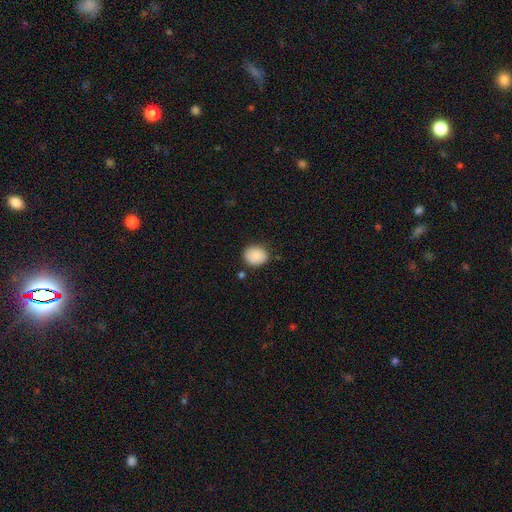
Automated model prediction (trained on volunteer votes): This is clearly a smooth galaxy (87%). How rounded: likely round (68%). Merging: clearly none (82%).